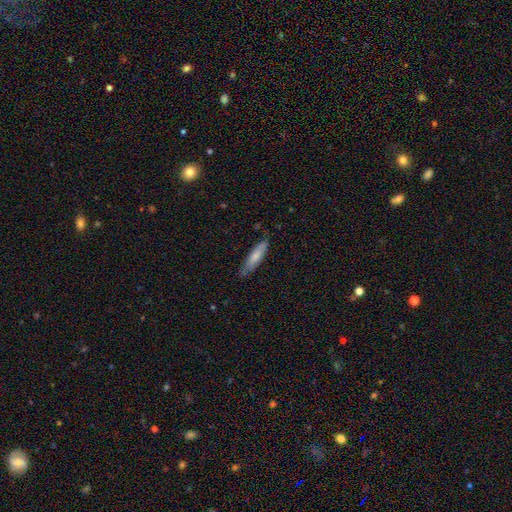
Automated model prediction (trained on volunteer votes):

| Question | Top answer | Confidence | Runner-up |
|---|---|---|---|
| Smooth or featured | smooth | 72% | featured or disk (23%) |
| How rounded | cigar-shaped | 73% | in between (26%) |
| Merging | none | 74% | minor disturbance (21%) |